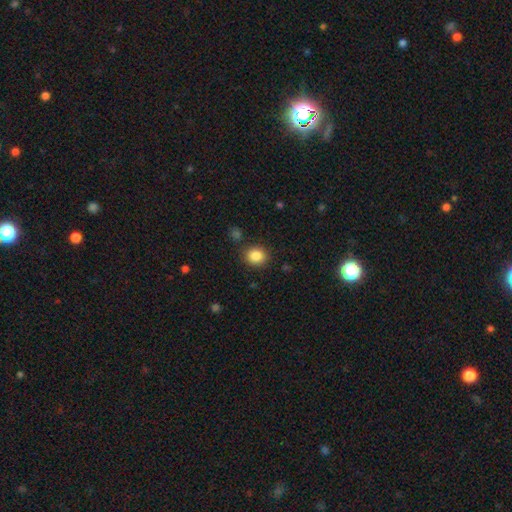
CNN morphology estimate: Q: Smooth or featured?
A: smooth (85%); runner-up: star or artifact (10%)
Q: How rounded?
A: round (75%); runner-up: in between (24%)
Q: Merging?
A: none (85%); runner-up: minor disturbance (9%)